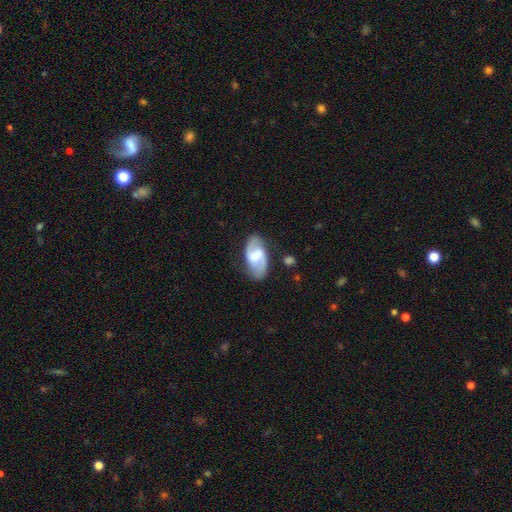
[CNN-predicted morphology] Smooth or featured? Predicted: featured or disk (p=0.71). Edge-on disk? Predicted: no (p=0.95). Bar? Predicted: weak (p=0.50). Spiral arms? Predicted: yes (p=0.87). Spiral winding? Predicted: medium (p=0.45). Spiral arm count? Predicted: 2 (p=0.90). Bulge size? Predicted: moderate (p=0.52). Merging? Predicted: none (p=0.81).